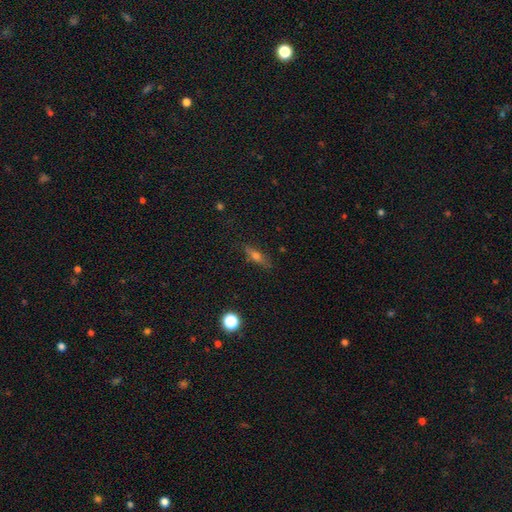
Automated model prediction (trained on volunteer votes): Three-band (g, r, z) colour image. It shows a smooth galaxy with no disk features (46%). Merging: none (84%).